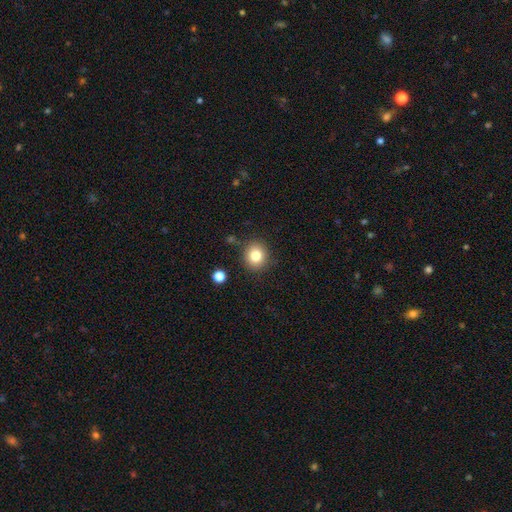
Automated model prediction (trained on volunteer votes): This is clearly a smooth galaxy (81%). How rounded: clearly round (85%). Merging: clearly none (85%).